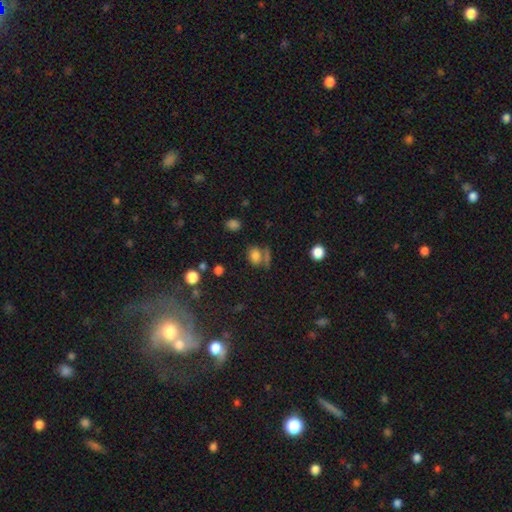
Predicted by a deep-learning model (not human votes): Morphology: type=smooth (73%); roundness=in between (56%); merging=none (53%).